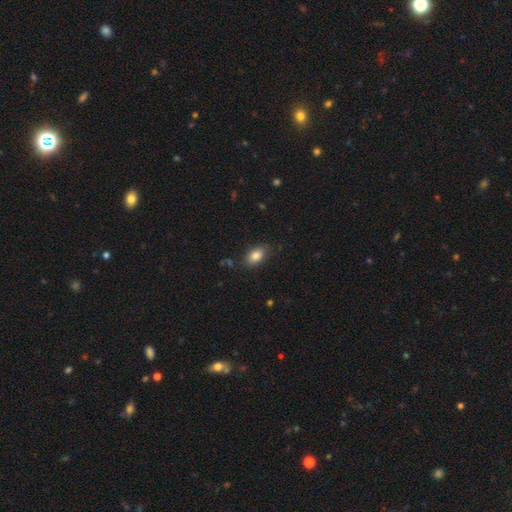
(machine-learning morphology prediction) Smooth or featured? Predicted: smooth (p=0.83). How rounded? Predicted: in between (p=0.89). Merging? Predicted: none (p=0.81).